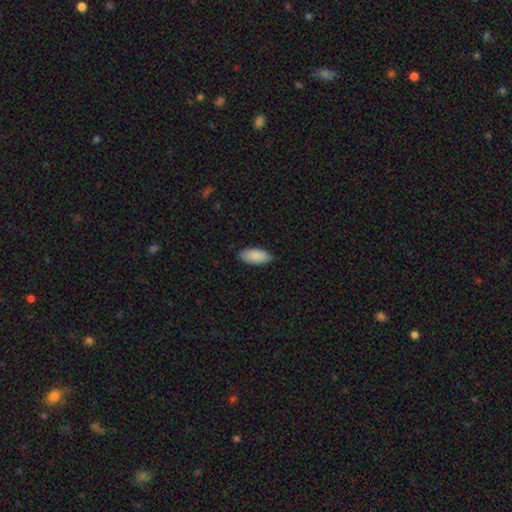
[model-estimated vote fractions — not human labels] The model was most divided on "merging": none: 84%, minor disturbance: 13%, major disturbance: 2%, merger: 1%. More confident: how rounded — in between (91%); smooth or featured — smooth (89%).